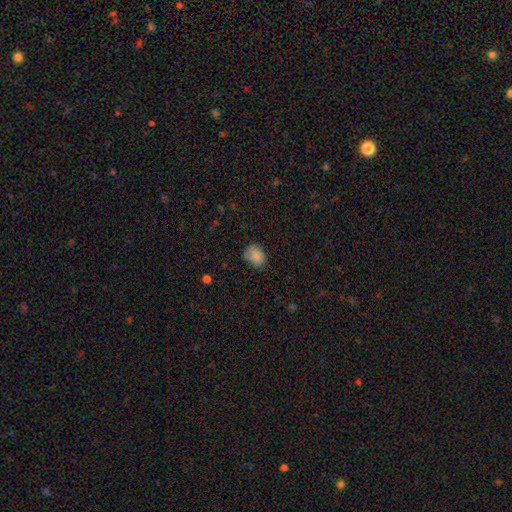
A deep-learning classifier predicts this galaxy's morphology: This appears to be a smooth galaxy with no disk features (86%) that is in between round and cigar-shaped (68%). Merging: none (67%).